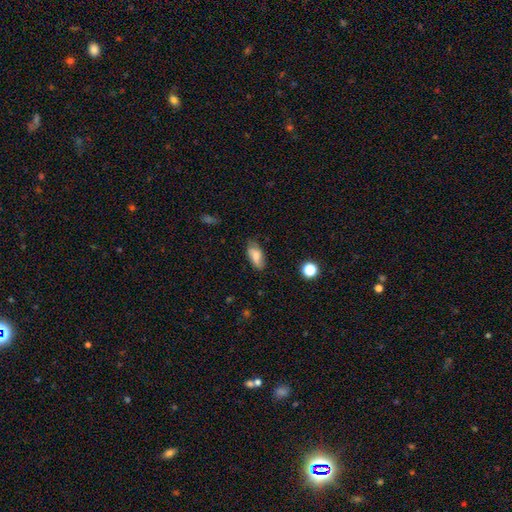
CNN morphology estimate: Overall: smooth (76%). How rounded: in between (86%). Merging: none (74%).